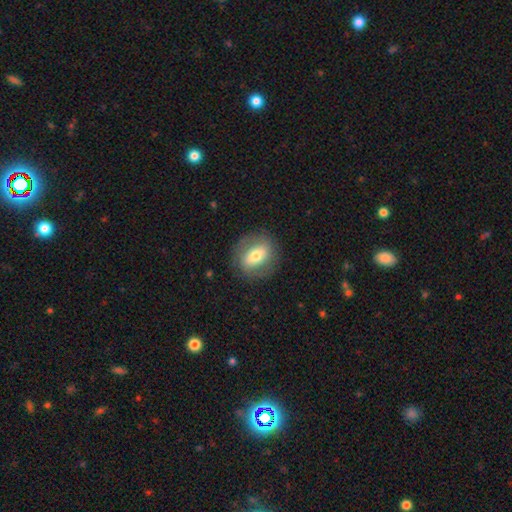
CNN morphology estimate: Q: Smooth or featured?
A: smooth (54%); runner-up: featured or disk (39%)
Q: How rounded?
A: round (51%); runner-up: in between (47%)
Q: Merging?
A: none (81%); runner-up: minor disturbance (12%)